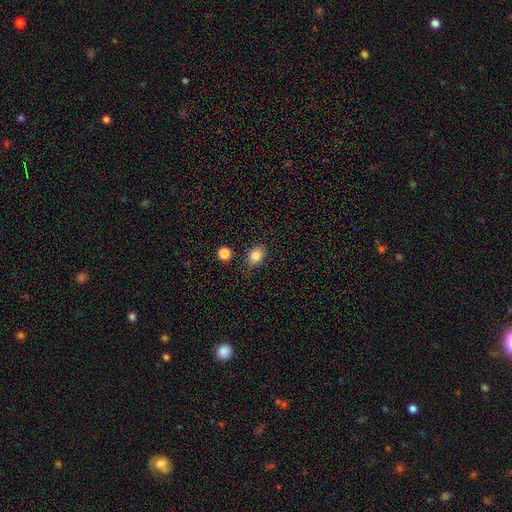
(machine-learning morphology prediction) Q: Smooth or featured?
A: smooth (83%); runner-up: star or artifact (10%)
Q: How rounded?
A: in between (57%); runner-up: round (42%)
Q: Merging?
A: none (81%); runner-up: minor disturbance (13%)